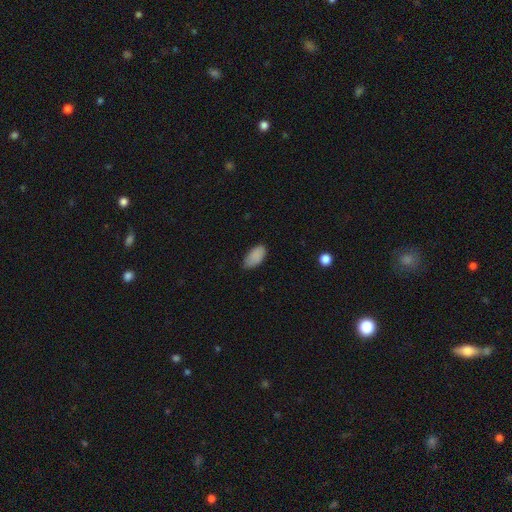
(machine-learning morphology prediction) The model was most divided on "merging": none: 76%, minor disturbance: 20%, major disturbance: 3%, merger: 1%. More confident: how rounded — in between (94%); smooth or featured — smooth (88%).